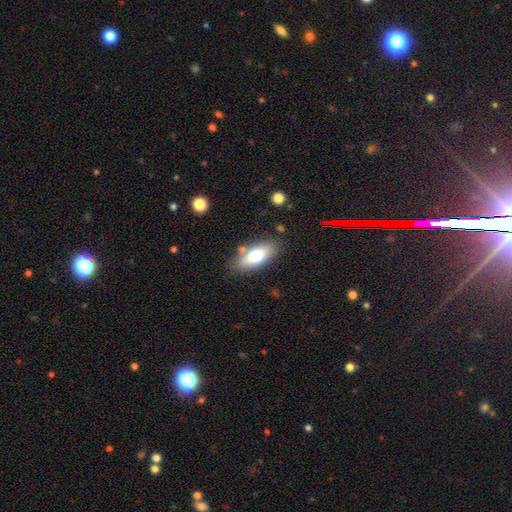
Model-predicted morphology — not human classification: type=smooth (72%); roundness=in between (83%); merging=none (78%).